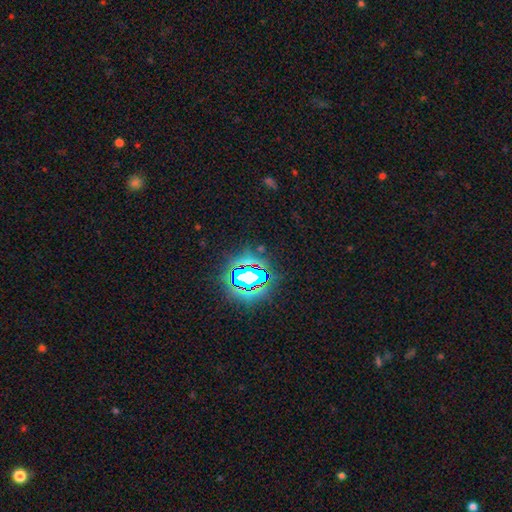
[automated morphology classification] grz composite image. It shows a star or artifact, not a galaxy (83%).